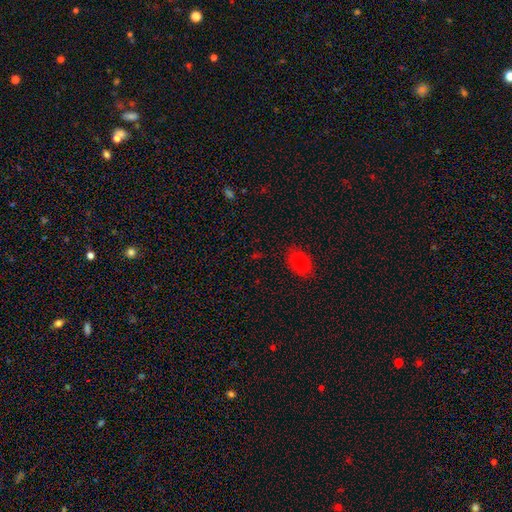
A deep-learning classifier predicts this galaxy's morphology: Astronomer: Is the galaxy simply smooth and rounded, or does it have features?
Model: smooth — 59%.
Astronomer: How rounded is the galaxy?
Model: in between — 65%.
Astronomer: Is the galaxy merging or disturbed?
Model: none — 83%.